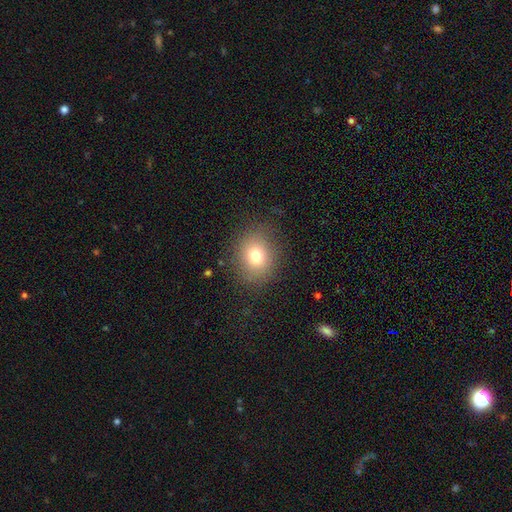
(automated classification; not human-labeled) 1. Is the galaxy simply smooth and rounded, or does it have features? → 75% smooth, 13% star or artifact, 11% featured or disk.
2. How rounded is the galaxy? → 68% round, 31% in between, 1% cigar-shaped.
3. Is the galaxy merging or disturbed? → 83% none, 11% minor disturbance, 5% major disturbance, 1% merger.